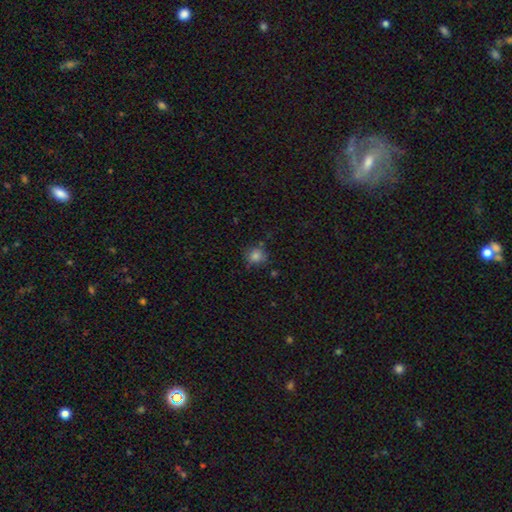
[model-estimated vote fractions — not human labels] A smooth galaxy with no disk features (81%) that is round (83%).

Vote fractions:
- Smooth or featured? smooth: 81% / star or artifact: 13% / featured or disk: 6%
- How rounded? round: 83% / in between: 16% / cigar-shaped: 1%
- Merging? none: 76% / minor disturbance: 16% / merger: 5% / major disturbance: 4%